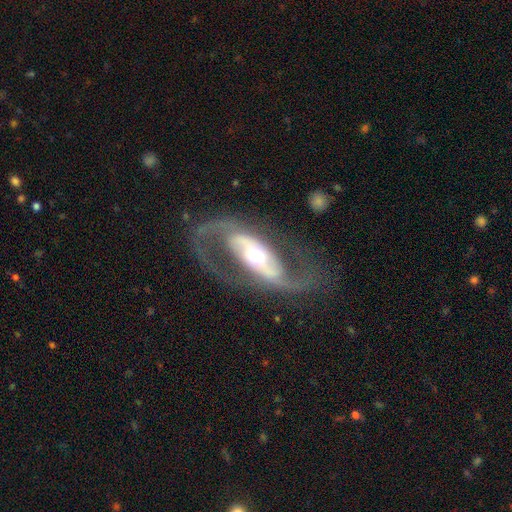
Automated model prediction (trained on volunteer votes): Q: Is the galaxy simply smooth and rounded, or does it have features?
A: featured or disk — 88%.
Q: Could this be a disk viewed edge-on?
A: no — 92%.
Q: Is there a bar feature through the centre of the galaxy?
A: strong — 45%.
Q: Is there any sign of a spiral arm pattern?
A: yes — 90%.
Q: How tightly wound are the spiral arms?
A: medium — 46%.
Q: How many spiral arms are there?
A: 2 — 92%.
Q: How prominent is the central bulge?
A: moderate — 67%.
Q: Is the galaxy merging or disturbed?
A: none — 72%.